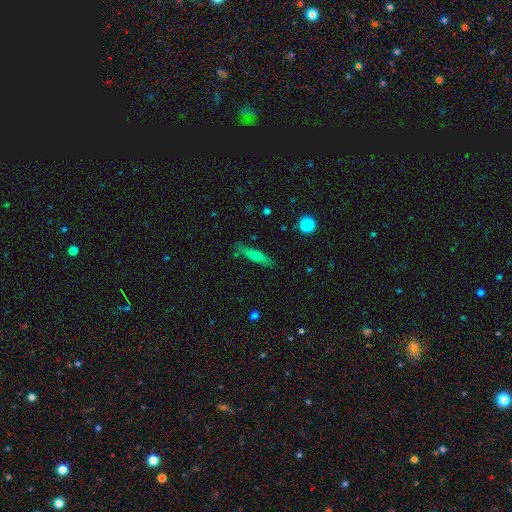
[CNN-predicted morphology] type=smooth (56%); roundness=cigar-shaped (76%); merging=none (81%).